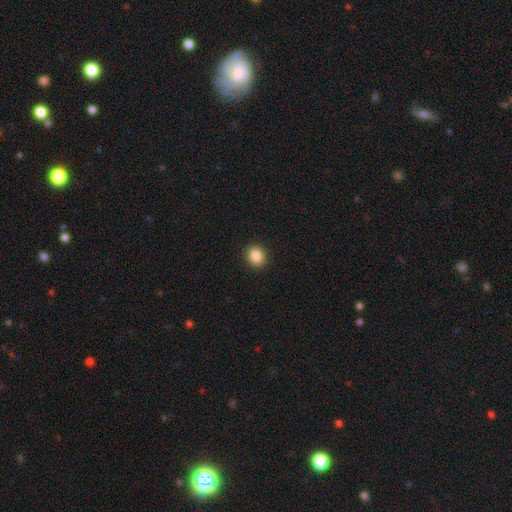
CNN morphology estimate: The model was most divided on "how rounded": round: 73%, in between: 26%, cigar-shaped: 1%. More confident: merging — none (92%); smooth or featured — smooth (86%).